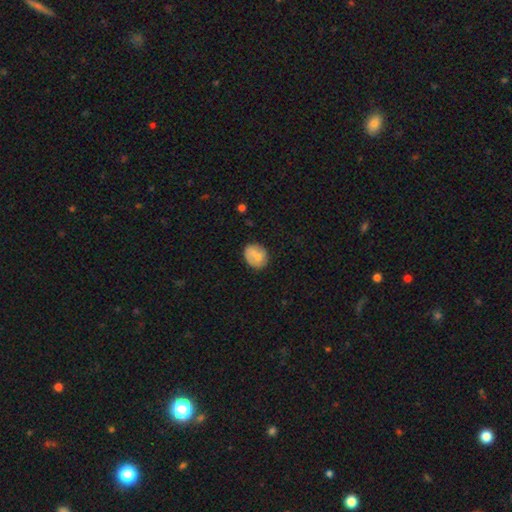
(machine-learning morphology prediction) A smooth galaxy with no disk features (60%) that is round (64%). Merging: none (64%).